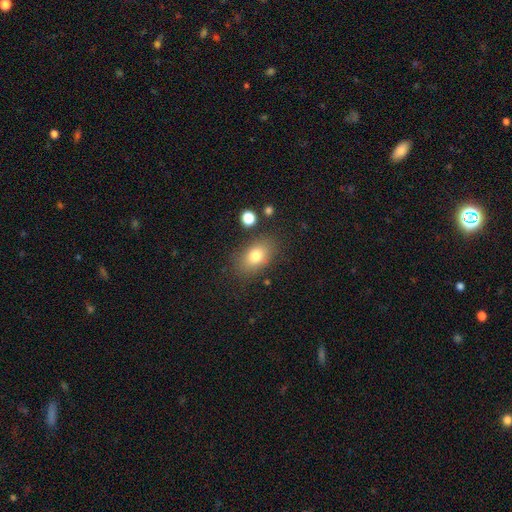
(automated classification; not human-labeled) Smooth or featured? Predicted: smooth (p=0.78). How rounded? Predicted: in between (p=0.83). Merging? Predicted: none (p=0.81).